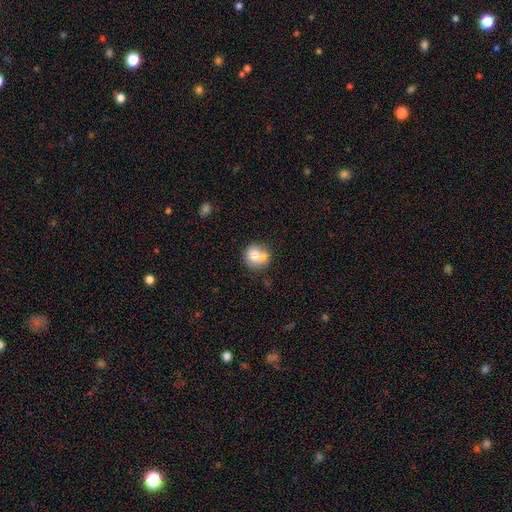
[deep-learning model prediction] smooth_or_featured: smooth (p=0.71) [alt: featured or disk p=0.20]
how_rounded: round (p=0.84) [alt: in between p=0.15]
merging: none (p=0.43) [alt: merger p=0.40]